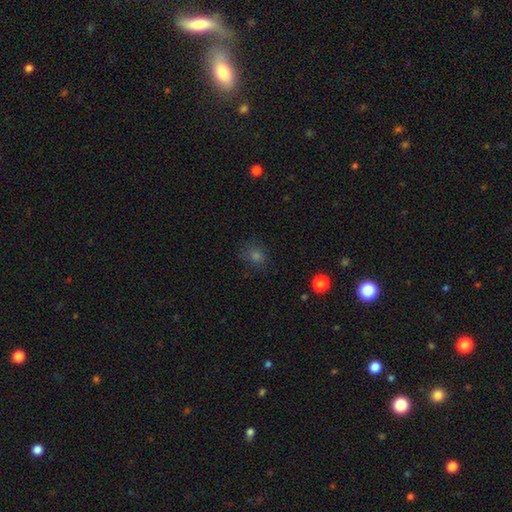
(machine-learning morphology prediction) This is likely a smooth galaxy (61%). How rounded: likely round (70%). Merging: likely none (79%).